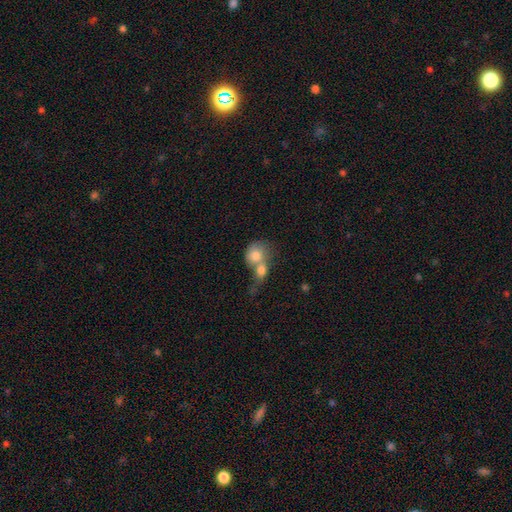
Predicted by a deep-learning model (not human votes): A smooth galaxy with no disk features (74%) that is round (65%).

Vote fractions:
- Smooth or featured? smooth: 74% / featured or disk: 18% / star or artifact: 8%
- How rounded? round: 65% / in between: 34% / cigar-shaped: 1%
- Merging? merger: 76% / none: 13% / minor disturbance: 6% / major disturbance: 5%